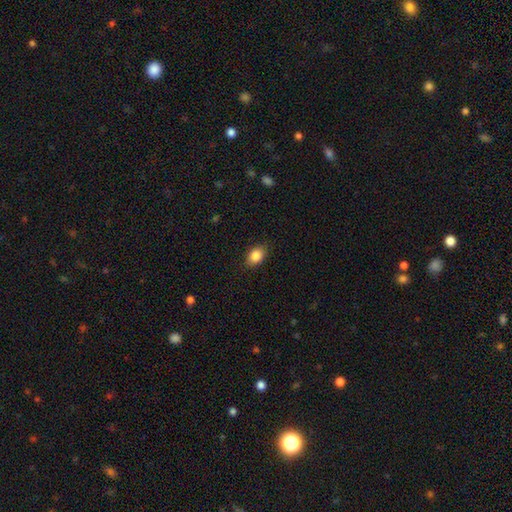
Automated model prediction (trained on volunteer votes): Overall: smooth (86%). How rounded: in between (78%). Merging: none (85%).